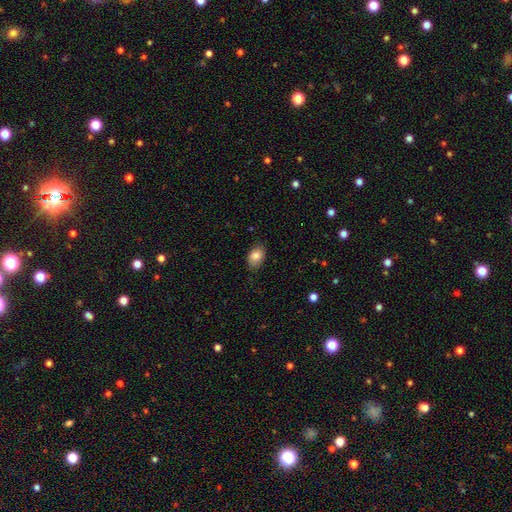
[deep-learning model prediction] Smooth or featured? smooth (84%)
How rounded? in between (82%)
Merging? none (79%)